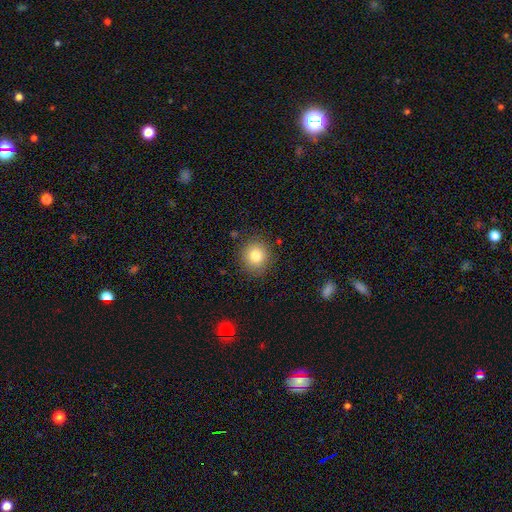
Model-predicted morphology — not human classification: Overall: smooth (82%). How rounded: round (90%). Merging: none (86%).